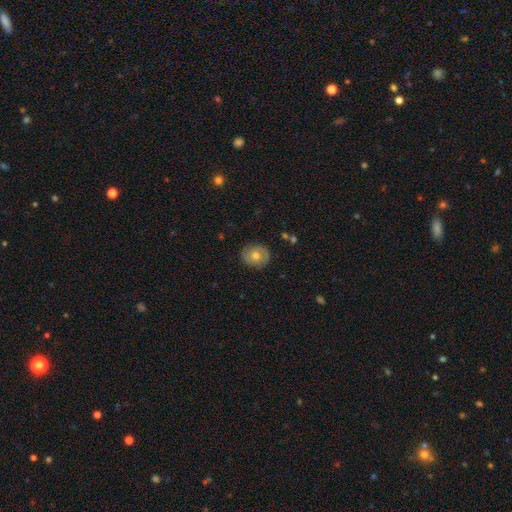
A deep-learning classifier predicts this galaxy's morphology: Smooth or featured?
  - smooth: 55% *
  - featured or disk: 36%
  - star or artifact: 9%
How rounded?
  - round: 70% *
  - in between: 29%
  - cigar-shaped: 1%
Merging?
  - none: 85% *
  - minor disturbance: 11%
  - major disturbance: 3%
  - merger: 1%